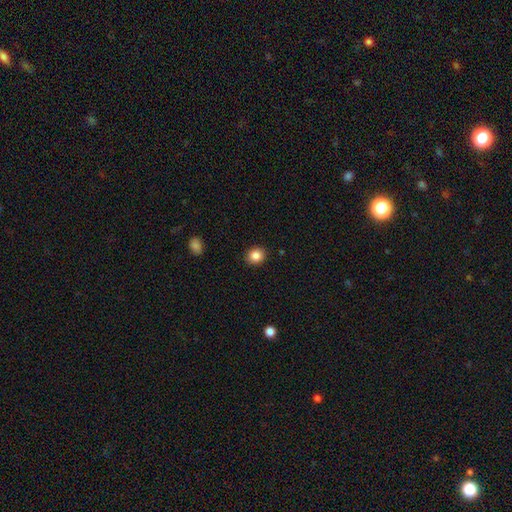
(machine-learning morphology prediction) smooth-or-featured: smooth: 85% | star or artifact: 10% | featured or disk: 5%
  how-rounded: round: 77% | in between: 23% | cigar-shaped: 1%
  merging: none: 91% | minor disturbance: 7% | major disturbance: 2% | merger: 1%